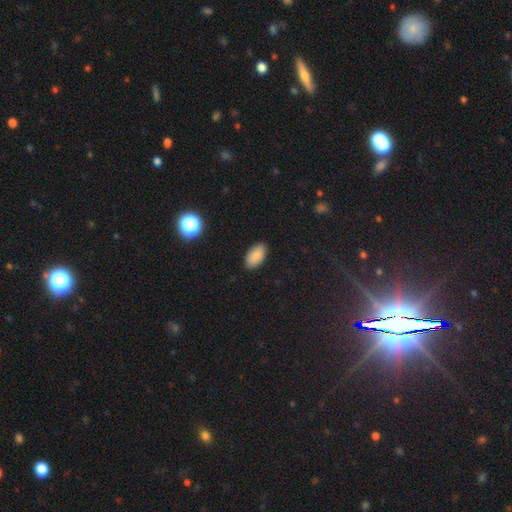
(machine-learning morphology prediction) type=smooth (85%); roundness=in between (94%); merging=none (88%).